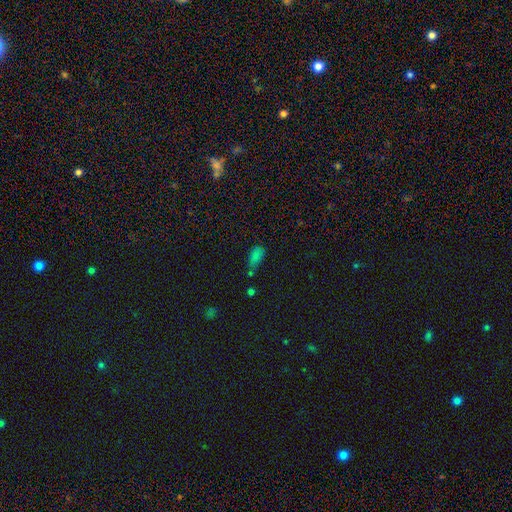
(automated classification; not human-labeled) Smooth or featured: smooth — 66% (star or artifact — 28%)
How rounded: in between — 84% (cigar-shaped — 9%)
Merging: none — 50% (minor disturbance — 24%)